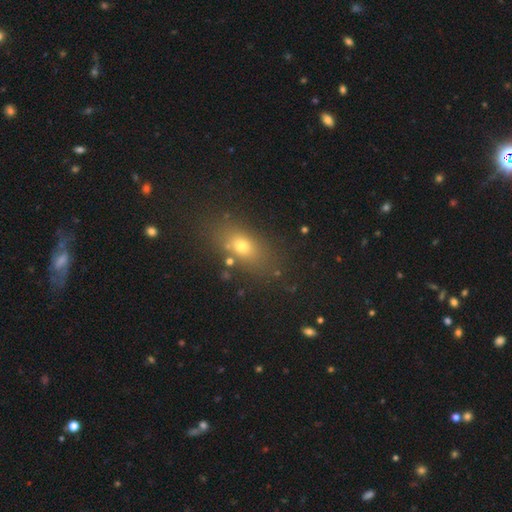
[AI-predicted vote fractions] Smooth or featured? Predicted: smooth (p=0.53). How rounded? Predicted: in between (p=0.68). Merging? Predicted: none (p=0.80).